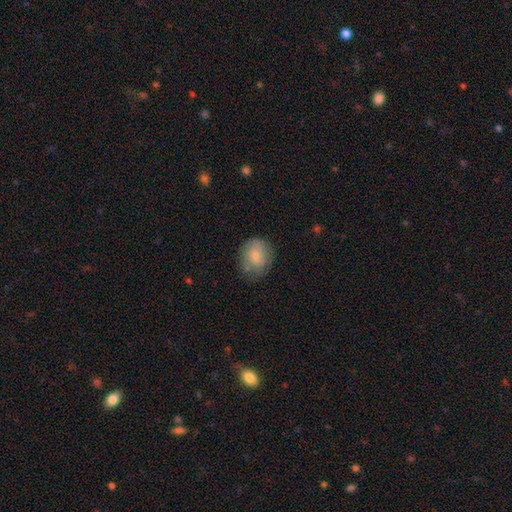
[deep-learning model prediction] The model was most divided on "how rounded": round: 61%, in between: 38%, cigar-shaped: 1%. More confident: smooth or featured — smooth (75%); merging — none (63%).